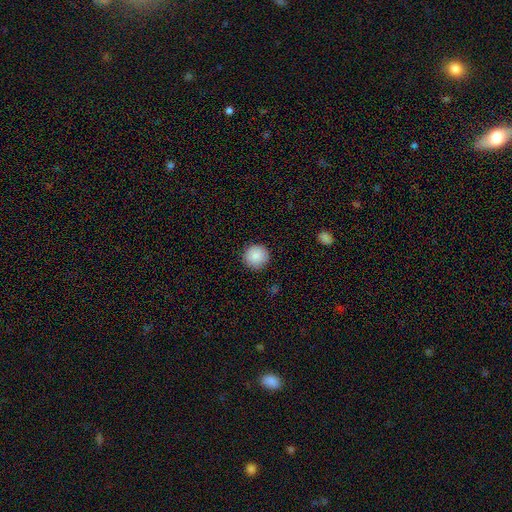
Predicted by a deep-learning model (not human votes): smooth_or_featured: smooth (p=0.88) [alt: star or artifact p=0.08]
how_rounded: round (p=0.95) [alt: in between p=0.04]
merging: none (p=0.91) [alt: minor disturbance p=0.06]